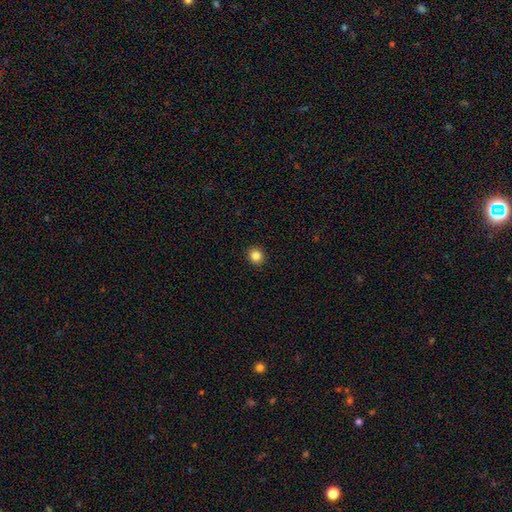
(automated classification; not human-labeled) A smooth galaxy with no disk features (85%) that is round (85%).

Vote fractions:
- Smooth or featured? smooth: 85% / star or artifact: 11% / featured or disk: 4%
- How rounded? round: 85% / in between: 14% / cigar-shaped: 1%
- Merging? none: 92% / minor disturbance: 5% / major disturbance: 2% / merger: 1%